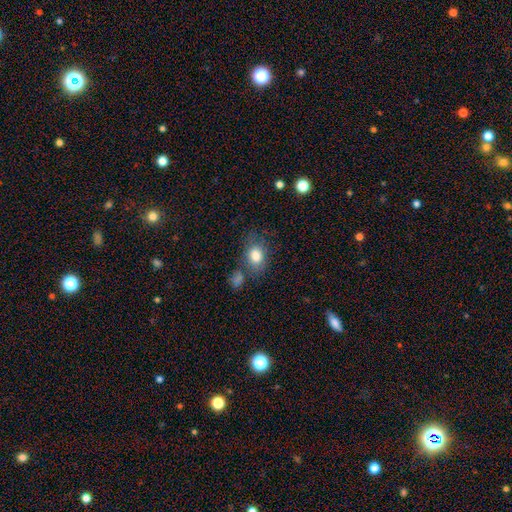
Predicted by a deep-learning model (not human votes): Q: Smooth or featured?
A: smooth (81%); runner-up: featured or disk (11%)
Q: How rounded?
A: in between (69%); runner-up: round (30%)
Q: Merging?
A: none (62%); runner-up: minor disturbance (19%)